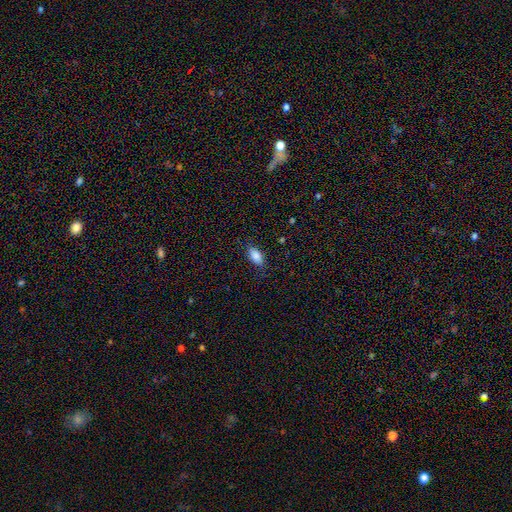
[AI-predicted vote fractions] A smooth galaxy with no disk features (85%) that is in between round and cigar-shaped (90%). Merging: none (82%).